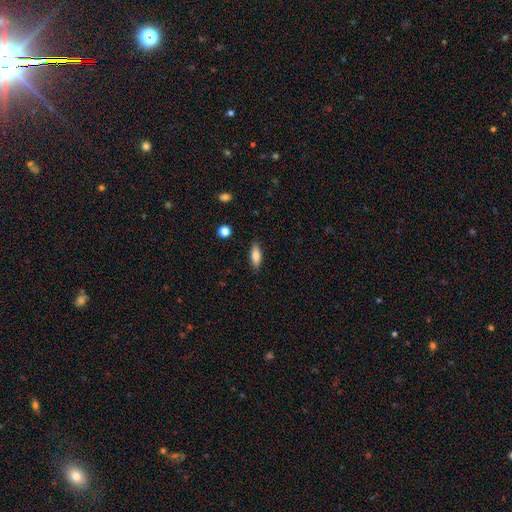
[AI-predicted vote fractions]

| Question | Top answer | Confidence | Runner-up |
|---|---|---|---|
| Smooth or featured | smooth | 78% | featured or disk (15%) |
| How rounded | in between | 68% | cigar-shaped (30%) |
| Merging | none | 87% | minor disturbance (10%) |